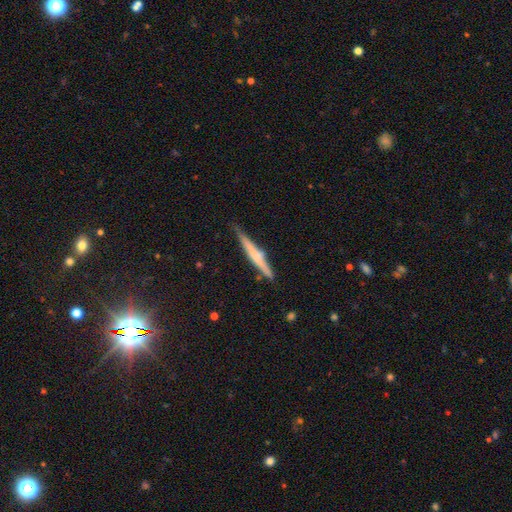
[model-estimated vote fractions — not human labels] Overall: featured or disk (55%; smooth 39%). Edge-on disk: yes (97%). Edge-on bulge: rounded (42%; none 35%). Merging: none (80%).